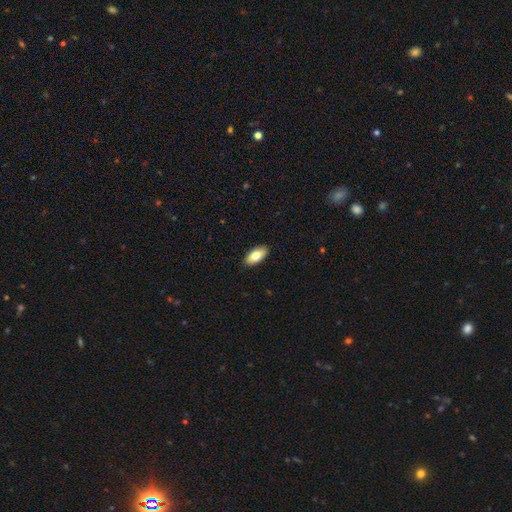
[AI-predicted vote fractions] Morphology: type=smooth (81%); roundness=in between (93%); merging=none (90%).